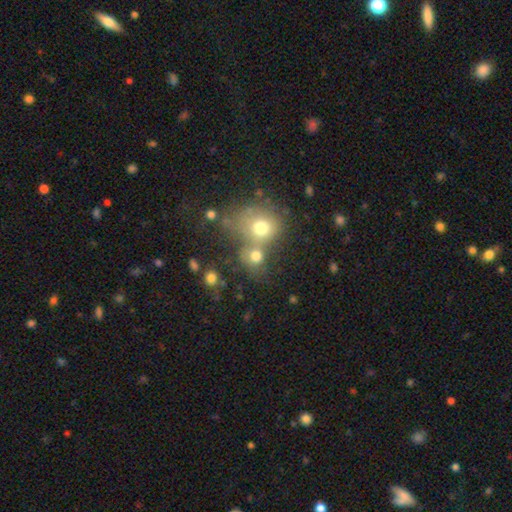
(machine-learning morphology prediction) This is likely a smooth galaxy (74%). How rounded: likely round (75%). Merging: possibly merger (53%).